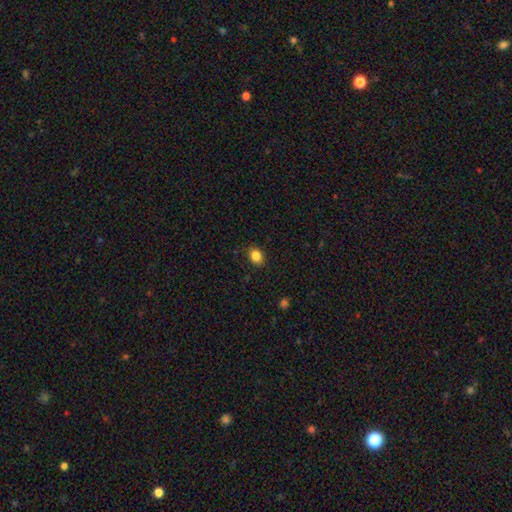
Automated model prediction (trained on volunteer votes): This appears to be a smooth galaxy with no disk features (86%) that is in between round and cigar-shaped (63%). Merging: none (88%).